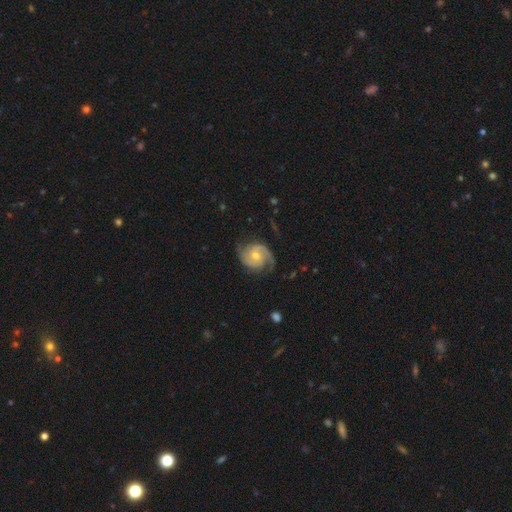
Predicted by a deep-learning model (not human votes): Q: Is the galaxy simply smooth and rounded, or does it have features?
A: featured or disk — 86%.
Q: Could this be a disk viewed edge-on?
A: no — 98%.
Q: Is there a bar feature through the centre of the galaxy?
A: no — 66%.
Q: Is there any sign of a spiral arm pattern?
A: yes — 97%.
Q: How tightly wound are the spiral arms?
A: medium — 44%.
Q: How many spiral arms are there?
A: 2 — 81%.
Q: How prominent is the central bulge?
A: moderate — 56%.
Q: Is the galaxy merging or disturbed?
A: none — 73%.